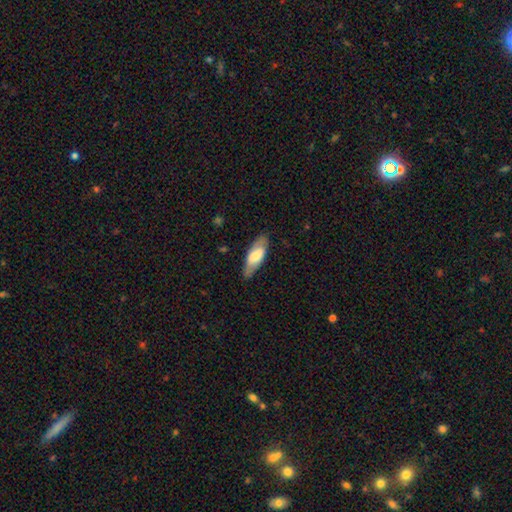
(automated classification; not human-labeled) Smooth or featured?
  - smooth: 62% *
  - featured or disk: 32%
  - star or artifact: 6%
How rounded?
  - in between: 68% *
  - cigar-shaped: 30%
  - round: 2%
Merging?
  - none: 80% *
  - minor disturbance: 15%
  - major disturbance: 4%
  - merger: 1%